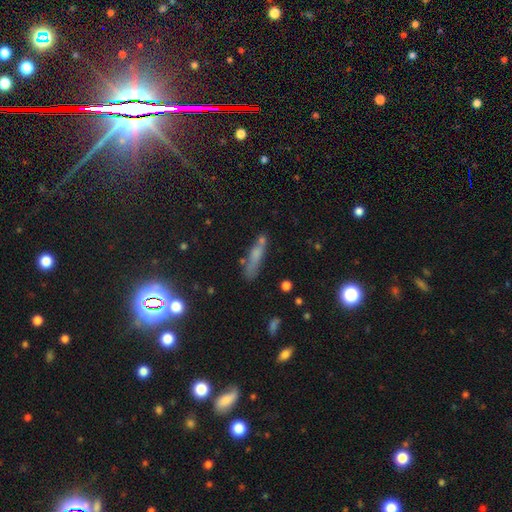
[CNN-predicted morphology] Smooth or featured? Predicted: smooth (p=0.64). How rounded? Predicted: cigar-shaped (p=0.77). Merging? Predicted: none (p=0.58).